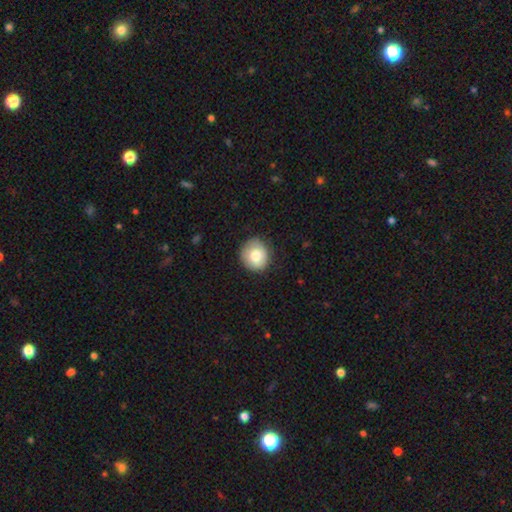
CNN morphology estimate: Q: Smooth or featured?
A: smooth (80%); runner-up: featured or disk (13%)
Q: How rounded?
A: round (85%); runner-up: in between (14%)
Q: Merging?
A: none (82%); runner-up: minor disturbance (14%)